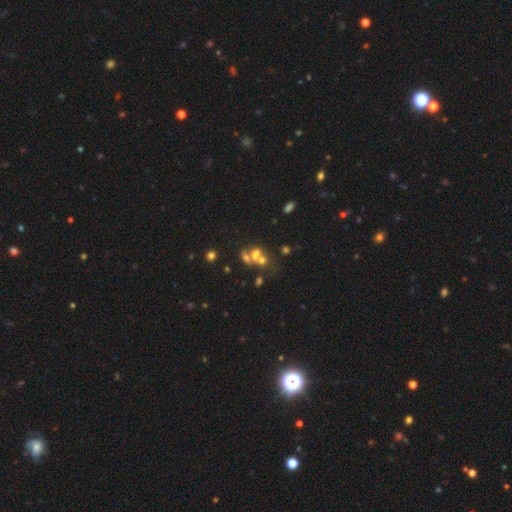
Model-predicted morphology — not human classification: Smooth or featured? smooth (46%)
Merging? merger (52%)